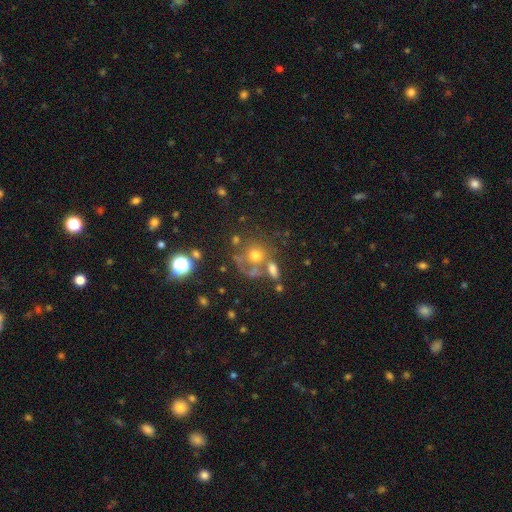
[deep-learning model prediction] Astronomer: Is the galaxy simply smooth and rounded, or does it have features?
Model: smooth — 54%.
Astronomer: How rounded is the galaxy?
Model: round — 81%.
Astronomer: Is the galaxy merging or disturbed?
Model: none — 44% (runner-up: merger, 29%).